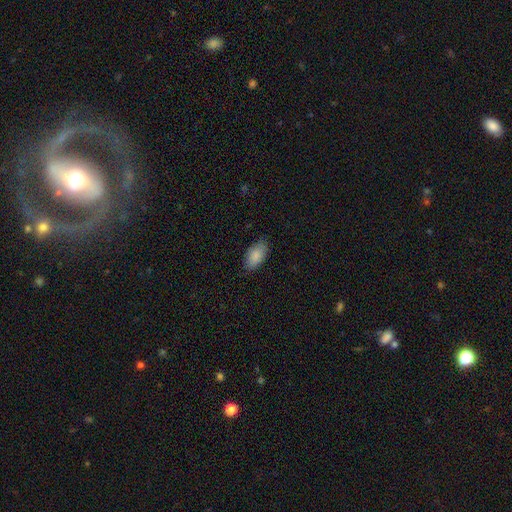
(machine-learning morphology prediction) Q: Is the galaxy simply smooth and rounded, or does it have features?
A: smooth — 87%.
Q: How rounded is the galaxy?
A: in between — 93%.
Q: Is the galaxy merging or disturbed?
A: none — 82%.